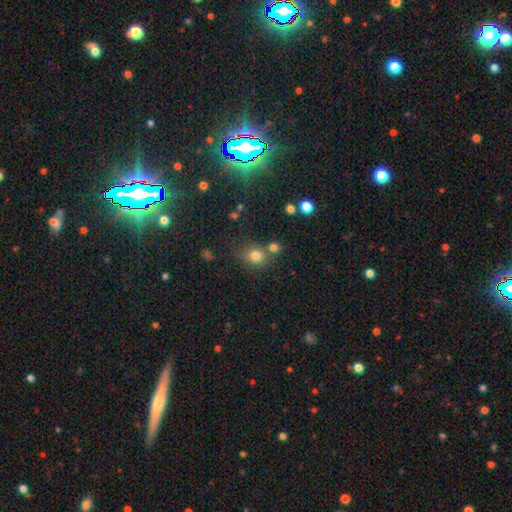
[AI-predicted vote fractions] Smooth or featured?
  - smooth: 78% *
  - star or artifact: 14%
  - featured or disk: 8%
How rounded?
  - round: 73% *
  - in between: 26%
  - cigar-shaped: 1%
Merging?
  - none: 60% *
  - merger: 23%
  - minor disturbance: 12%
  - major disturbance: 4%